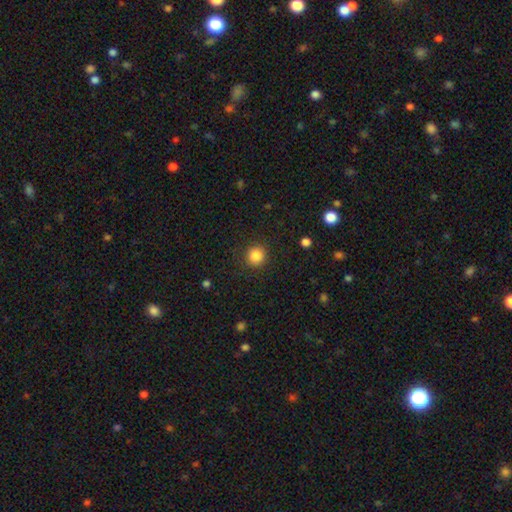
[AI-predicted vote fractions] This is clearly a smooth galaxy (85%). How rounded: clearly round (94%). Merging: clearly none (89%).